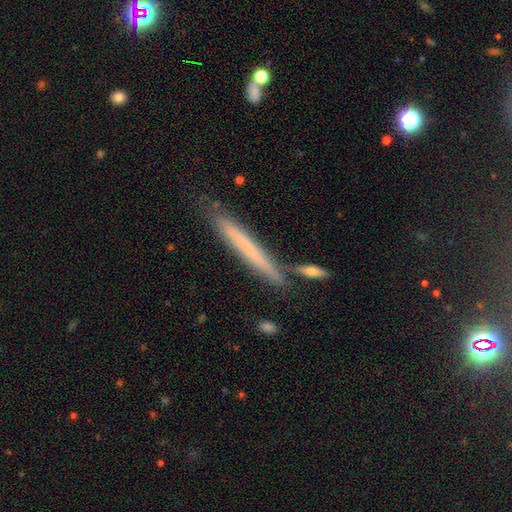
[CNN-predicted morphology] smooth-or-featured: smooth: 57% | featured or disk: 37% | star or artifact: 6%
  how-rounded: cigar-shaped: 95% | in between: 3% | round: 1%
  merging: none: 72% | minor disturbance: 14% | merger: 10% | major disturbance: 4%